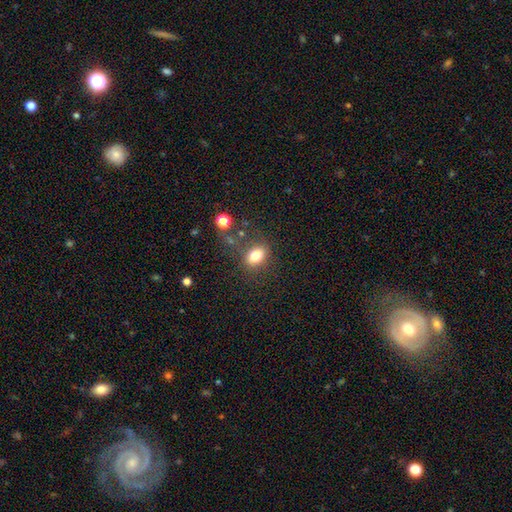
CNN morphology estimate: Overall: smooth (80%). How rounded: in between (70%). Merging: none (73%).